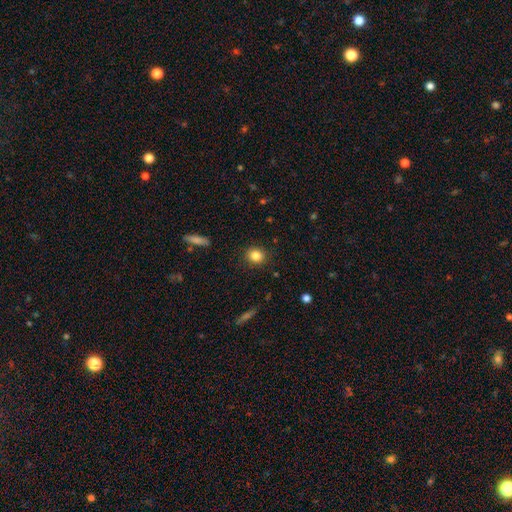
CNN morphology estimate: Smooth or featured: smooth — 84% (star or artifact — 10%)
How rounded: round — 75% (in between — 24%)
Merging: none — 89% (minor disturbance — 8%)